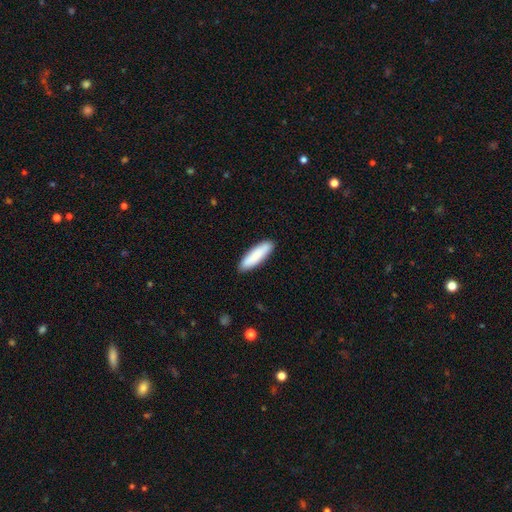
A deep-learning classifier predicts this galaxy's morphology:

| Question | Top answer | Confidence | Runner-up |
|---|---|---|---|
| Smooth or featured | smooth | 86% | featured or disk (9%) |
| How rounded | cigar-shaped | 63% | in between (36%) |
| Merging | none | 89% | minor disturbance (9%) |